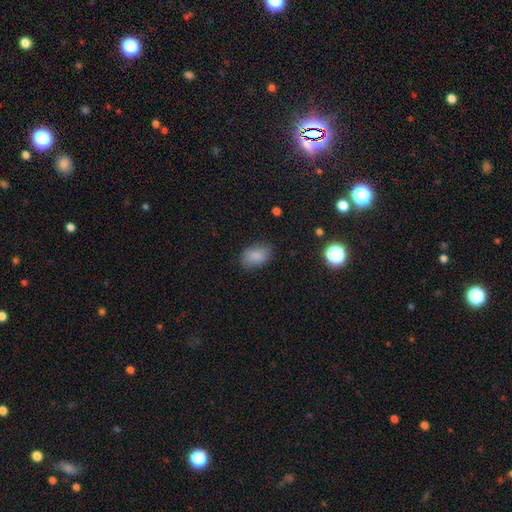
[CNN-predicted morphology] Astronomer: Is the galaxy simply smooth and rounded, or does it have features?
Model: smooth — 85%.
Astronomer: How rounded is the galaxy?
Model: in between — 86%.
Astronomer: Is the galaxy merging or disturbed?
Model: none — 76%.